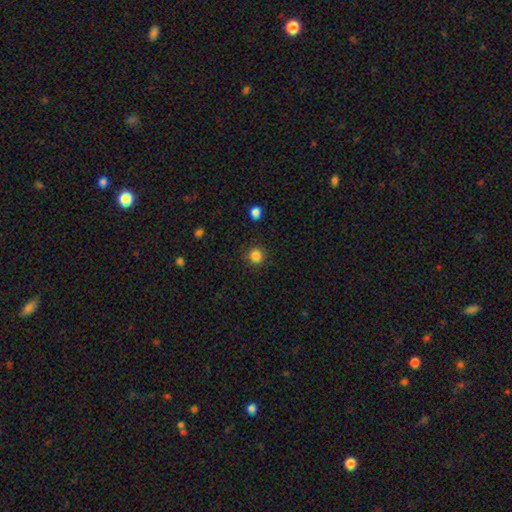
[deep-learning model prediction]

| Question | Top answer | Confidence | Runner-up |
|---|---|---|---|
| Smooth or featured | smooth | 84% | star or artifact (12%) |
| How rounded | round | 94% | in between (5%) |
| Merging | none | 91% | minor disturbance (6%) |